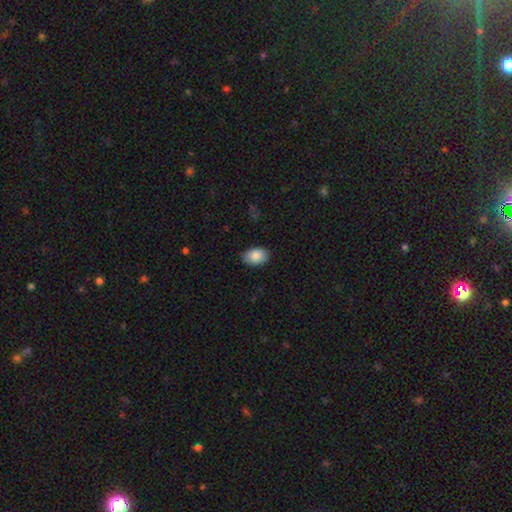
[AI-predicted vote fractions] Overall: smooth (88%). How rounded: in between (87%). Merging: none (84%).